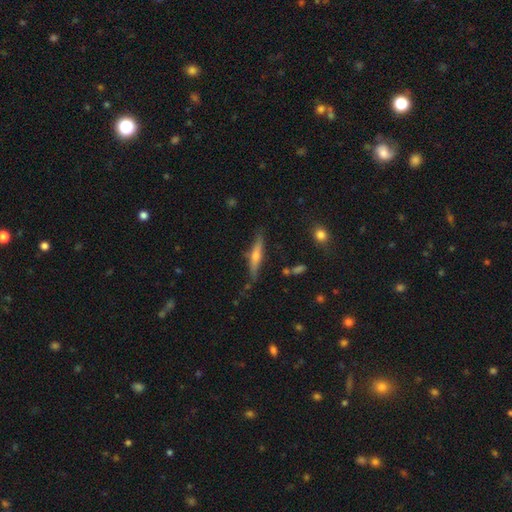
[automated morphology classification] A featured or disk galaxy (62%) viewed edge-on (95%) with a rounded central bulge (85%).

Vote fractions:
- Smooth or featured? featured or disk: 62% / smooth: 32% / star or artifact: 7%
- Edge-on disk? yes: 95% / no: 5%
- Edge-on bulge? rounded: 85% / none: 9% / boxy: 6%
- Merging? none: 81% / minor disturbance: 14% / major disturbance: 3% / merger: 3%